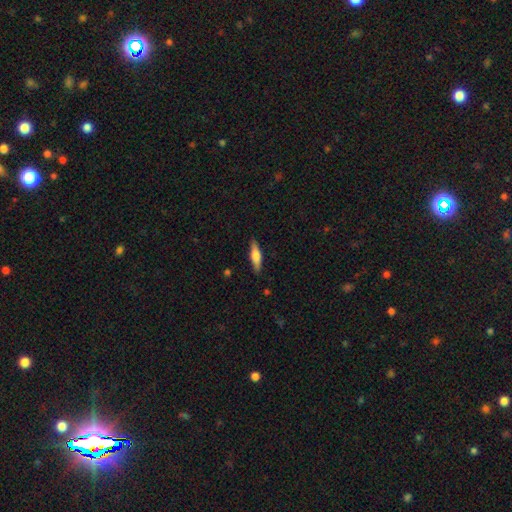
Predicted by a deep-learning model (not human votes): This appears to be a smooth galaxy with no disk features (57%) that is cigar-shaped (67%). Merging: none (88%).